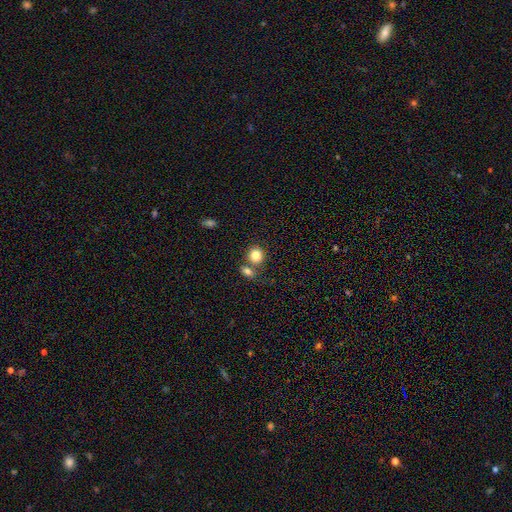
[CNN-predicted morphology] Smooth or featured? smooth (83%)
How rounded? round (80%)
Merging? none (59%)